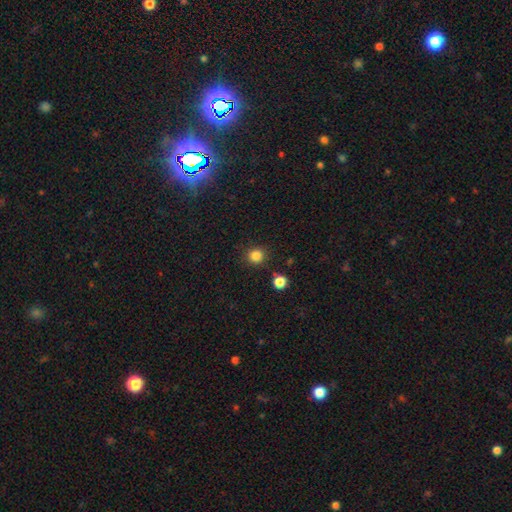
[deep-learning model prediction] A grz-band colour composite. It shows a smooth galaxy with no disk features (84%) that is round (91%). Merging: none (87%).